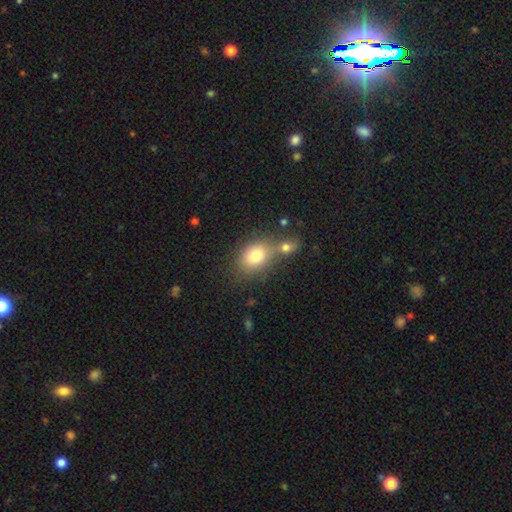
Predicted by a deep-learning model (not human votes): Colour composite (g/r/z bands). It shows a smooth galaxy with no disk features (78%) that is in between round and cigar-shaped (58%). Merging: none (49%).